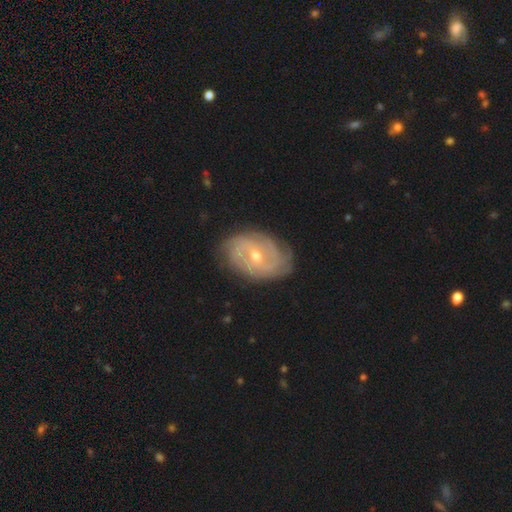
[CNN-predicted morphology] featured or disk 84%, smooth 10%, star or artifact 6%. Down the decision tree: edge-on disk — no (96%); bar — weak (48%); spiral arms — yes (94%); spiral arm count — can't tell (35%); spiral winding — tight (71%); bulge size — moderate (52%); merging — none (79%).